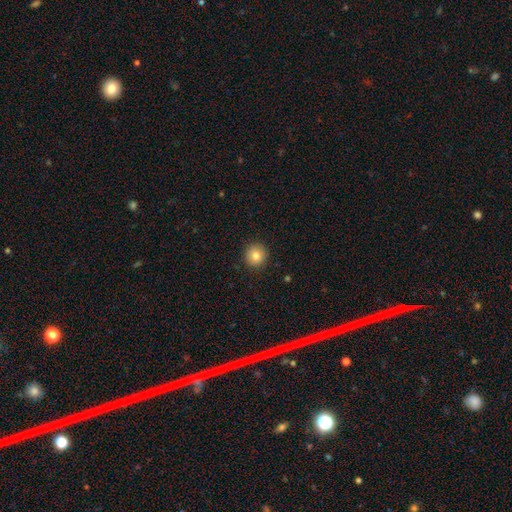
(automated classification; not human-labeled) Overall: smooth (82%). How rounded: round (94%). Merging: none (91%).